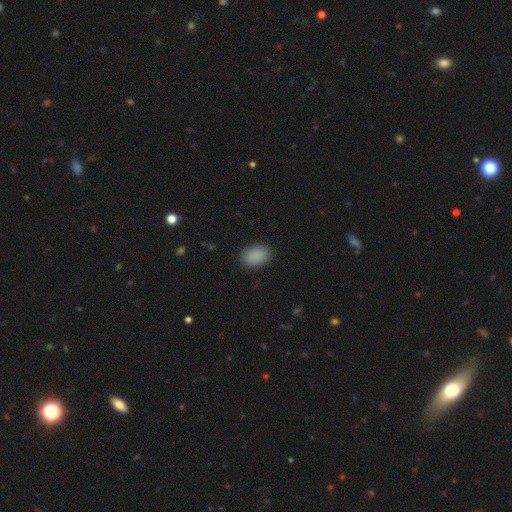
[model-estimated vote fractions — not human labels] The model was most divided on "how rounded": in between: 83%, round: 16%, cigar-shaped: 1%. More confident: smooth or featured — smooth (89%); merging — none (88%).